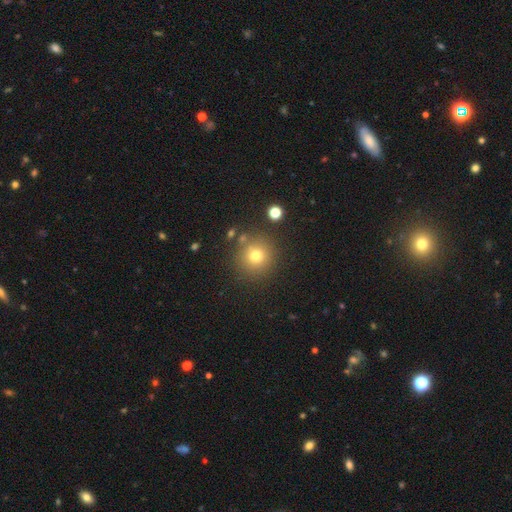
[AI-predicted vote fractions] A smooth galaxy with no disk features (74%) that is round (94%).

Vote fractions:
- Smooth or featured? smooth: 74% / star or artifact: 16% / featured or disk: 10%
- How rounded? round: 94% / in between: 5% / cigar-shaped: 1%
- Merging? none: 82% / minor disturbance: 9% / merger: 6% / major disturbance: 4%